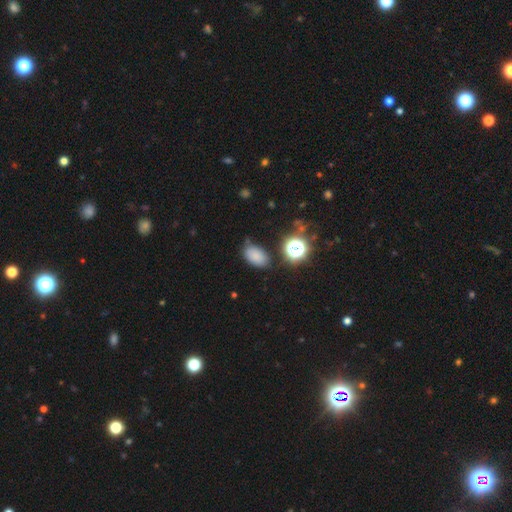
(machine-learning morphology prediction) smooth-or-featured: smooth: 79% | star or artifact: 14% | featured or disk: 7%
  how-rounded: in between: 85% | round: 13% | cigar-shaped: 1%
  merging: none: 74% | minor disturbance: 17% | major disturbance: 4% | merger: 4%